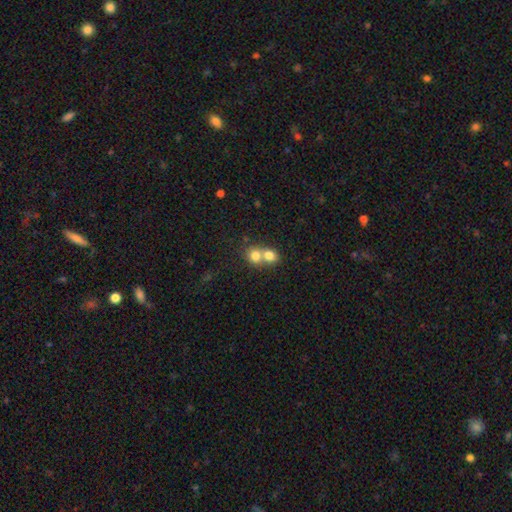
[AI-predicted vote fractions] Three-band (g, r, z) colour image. It shows a smooth galaxy with no disk features (77%) that is round (73%). Merging: merger (69%).